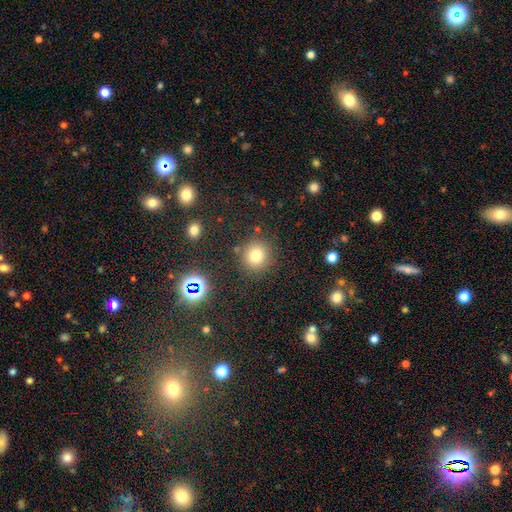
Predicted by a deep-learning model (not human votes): This is likely a smooth galaxy (76%). How rounded: clearly round (91%). Merging: clearly none (85%).